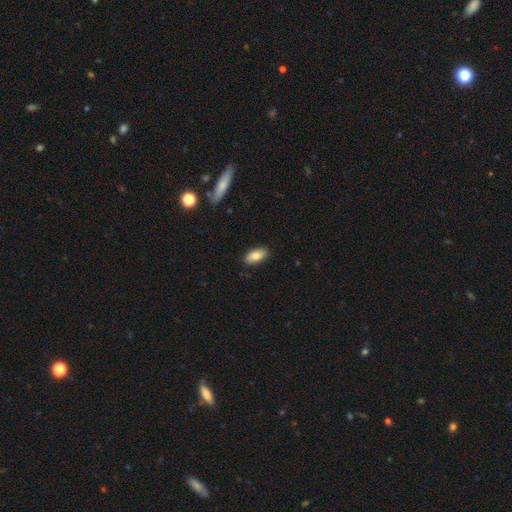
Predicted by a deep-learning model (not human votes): A smooth galaxy with no disk features (81%) that is in between round and cigar-shaped (91%). Merging: none (87%).